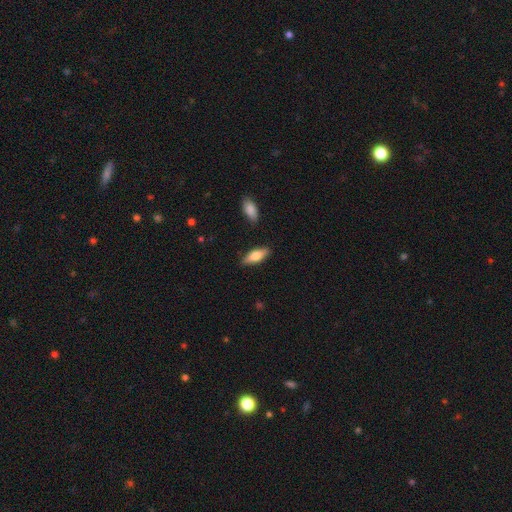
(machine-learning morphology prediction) Q: Smooth or featured?
A: smooth (69%); runner-up: featured or disk (25%)
Q: How rounded?
A: in between (66%); runner-up: cigar-shaped (32%)
Q: Merging?
A: none (87%); runner-up: minor disturbance (10%)